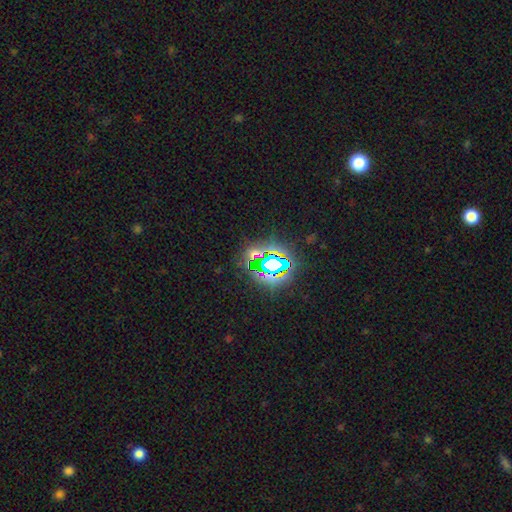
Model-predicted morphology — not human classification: A star or artifact, not a galaxy (70%).